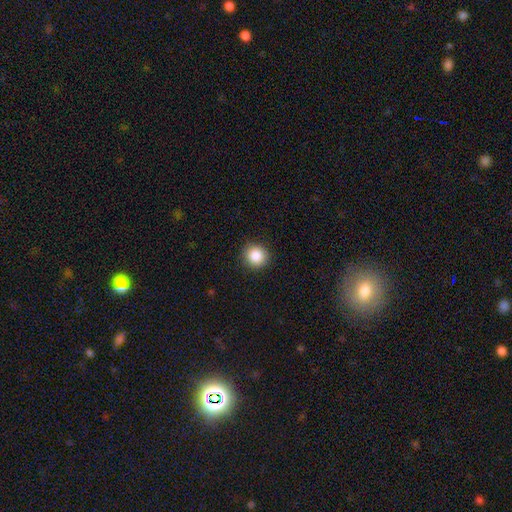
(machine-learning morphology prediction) smooth-or-featured: smooth: 87% | star or artifact: 9% | featured or disk: 4%
  how-rounded: round: 91% | in between: 8% | cigar-shaped: 1%
  merging: none: 90% | minor disturbance: 7% | major disturbance: 2% | merger: 1%